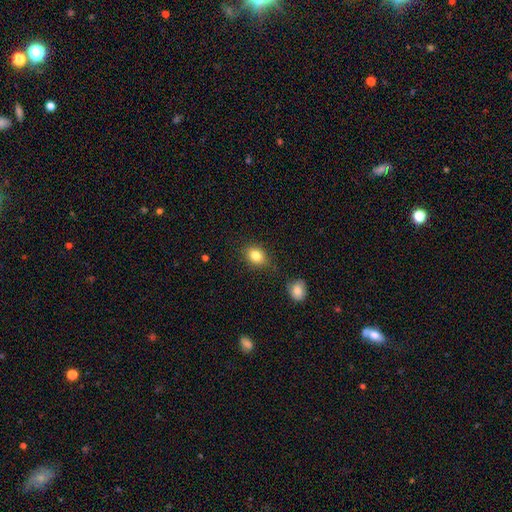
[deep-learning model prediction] Morphology: type=smooth (83%); roundness=in between (52%); merging=none (81%).